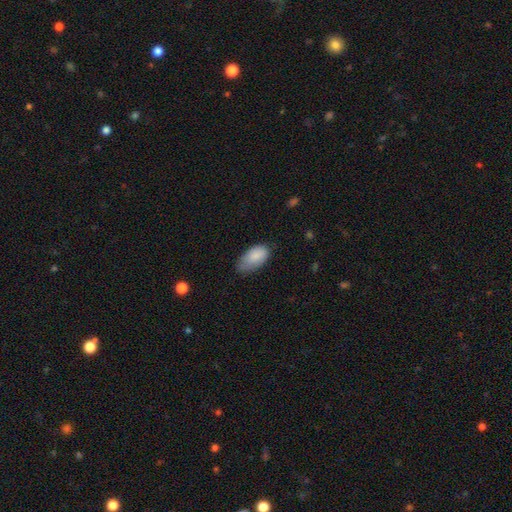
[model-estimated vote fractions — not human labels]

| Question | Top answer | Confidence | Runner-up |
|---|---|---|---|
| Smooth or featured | smooth | 86% | featured or disk (8%) |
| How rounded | in between | 95% | cigar-shaped (3%) |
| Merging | none | 54% | minor disturbance (36%) |